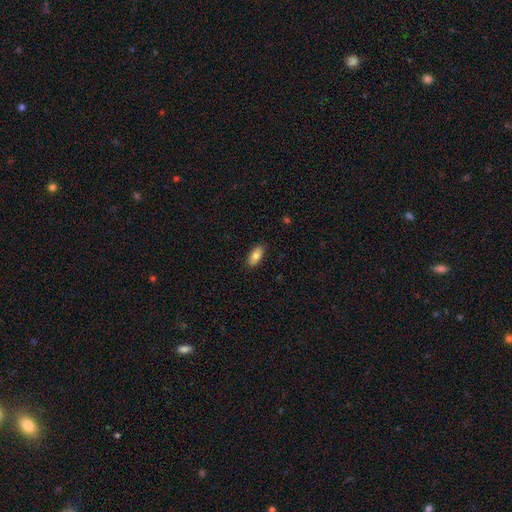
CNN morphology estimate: Overall: smooth (83%). How rounded: in between (88%). Merging: none (88%).